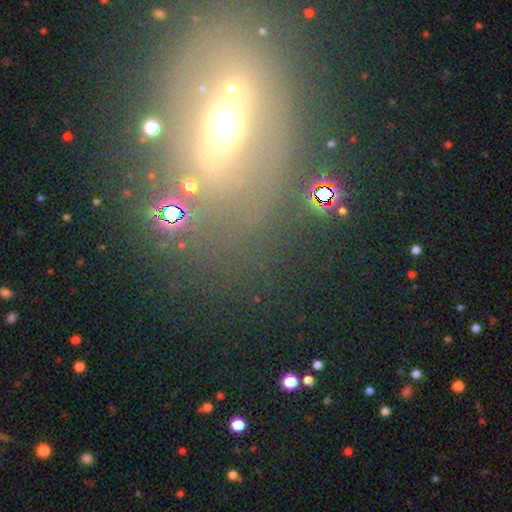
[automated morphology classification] This is marginally a star or artifact rather than a galaxy (42%).